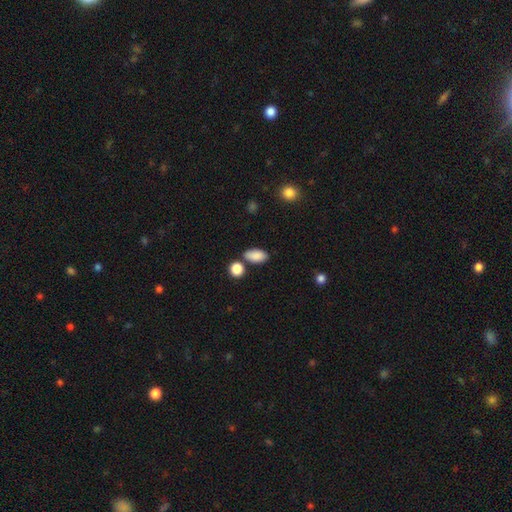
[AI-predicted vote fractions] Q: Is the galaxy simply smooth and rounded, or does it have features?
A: smooth — 88%.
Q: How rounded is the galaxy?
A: in between — 90%.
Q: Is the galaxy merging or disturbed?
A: none — 73%.